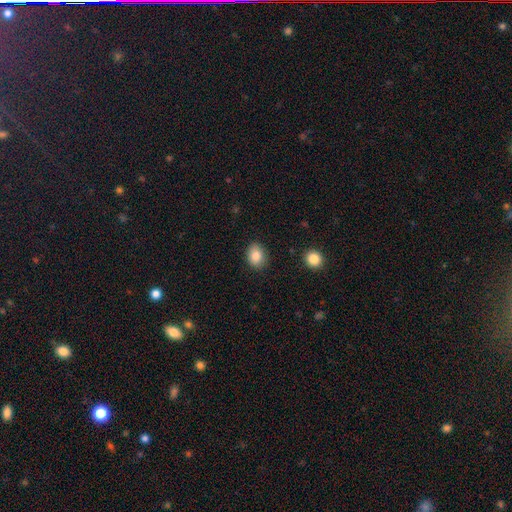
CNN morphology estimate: smooth 85%, star or artifact 8%, featured or disk 7%. Down the decision tree: how rounded — in between (66%); merging — none (85%).